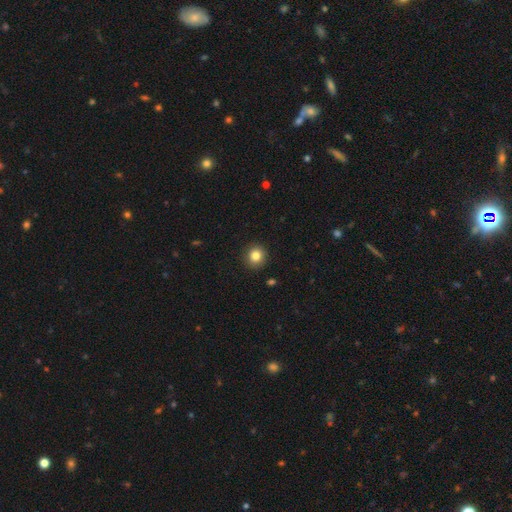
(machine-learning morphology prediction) type=smooth (83%); roundness=round (90%); merging=none (92%).